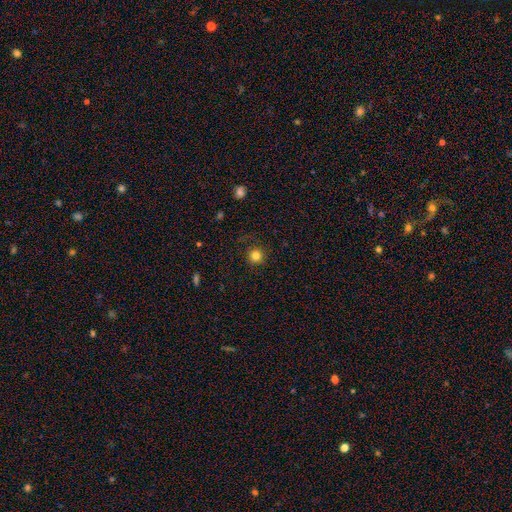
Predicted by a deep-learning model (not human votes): smooth-or-featured: smooth: 82% | star or artifact: 13% | featured or disk: 5%
  how-rounded: round: 94% | in between: 5% | cigar-shaped: 1%
  merging: none: 87% | minor disturbance: 9% | major disturbance: 4% | merger: 1%